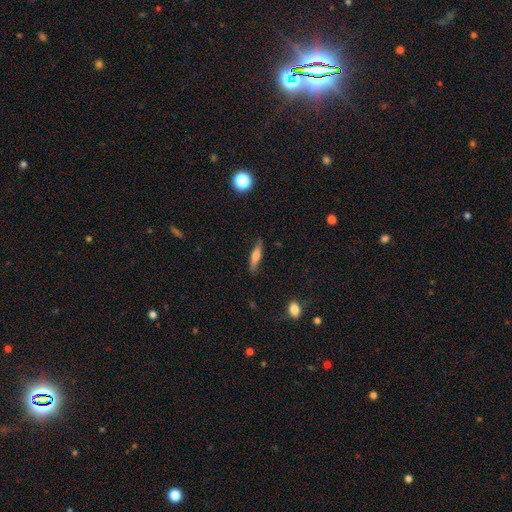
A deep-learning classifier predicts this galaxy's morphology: smooth_or_featured: smooth (p=0.59) [alt: featured or disk p=0.34]
how_rounded: cigar-shaped (p=0.77) [alt: in between p=0.20]
merging: none (p=0.83) [alt: minor disturbance p=0.13]